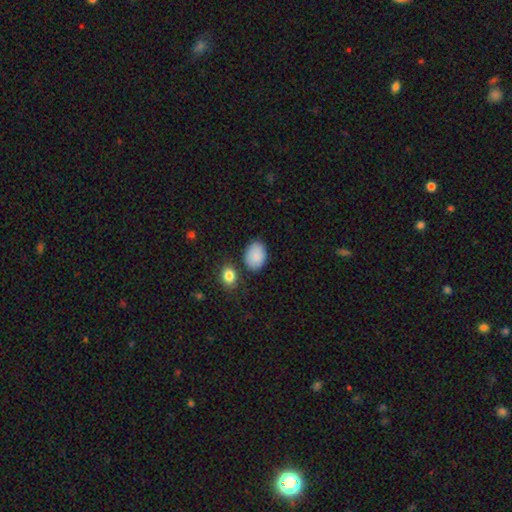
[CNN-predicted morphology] Overall: smooth (88%). How rounded: in between (78%). Merging: none (77%).